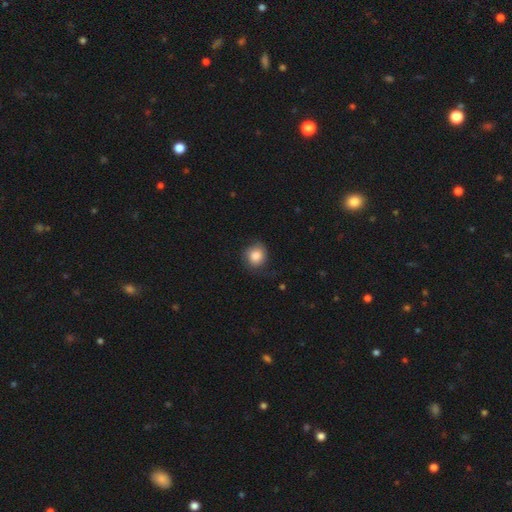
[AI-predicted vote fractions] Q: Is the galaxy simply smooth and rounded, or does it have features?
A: smooth — 80%.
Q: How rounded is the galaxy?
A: round — 82%.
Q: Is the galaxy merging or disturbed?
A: none — 68%.